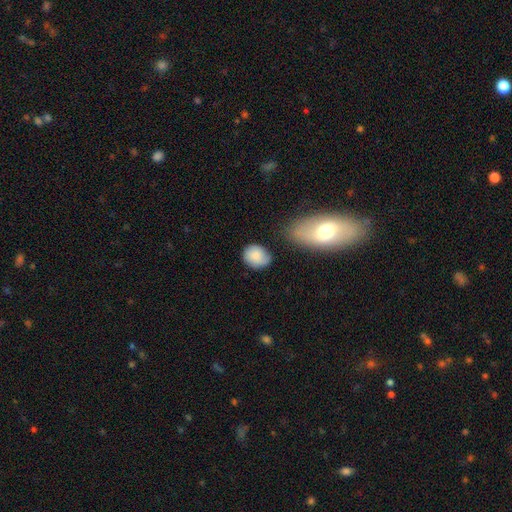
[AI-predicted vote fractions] smooth-or-featured: smooth: 83% | featured or disk: 10% | star or artifact: 7%
  how-rounded: round: 54% | in between: 45% | cigar-shaped: 1%
  merging: none: 63% | minor disturbance: 25% | major disturbance: 6% | merger: 6%